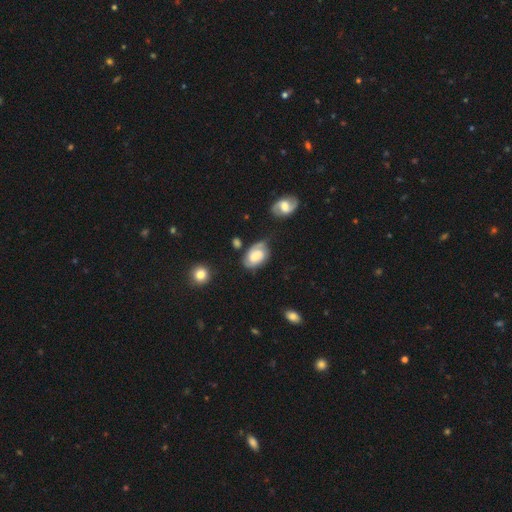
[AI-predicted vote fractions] Smooth or featured? featured or disk (52%)
Edge-on disk? no (96%)
Merging? none (57%)